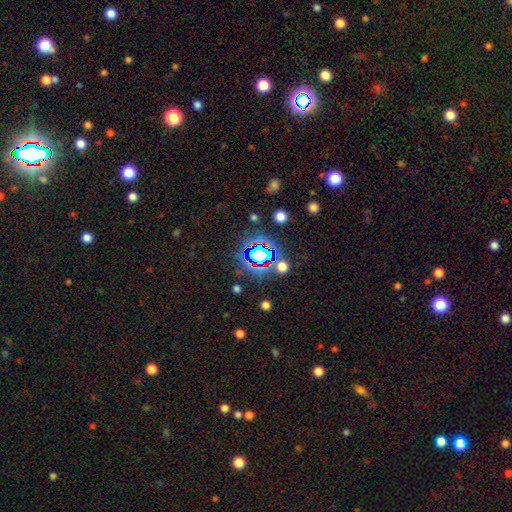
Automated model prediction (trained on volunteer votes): Morphology: type=star or artifact (67%).